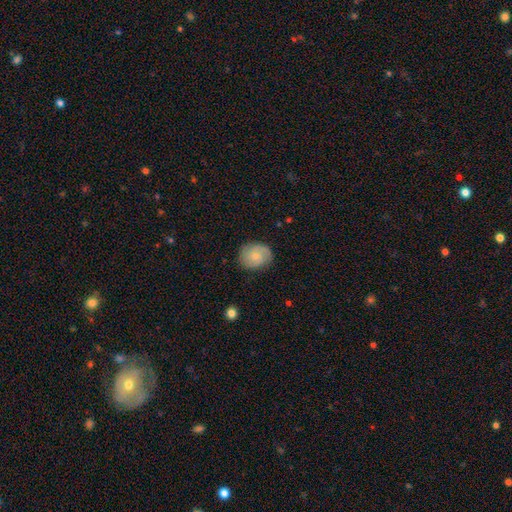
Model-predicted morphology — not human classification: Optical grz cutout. It shows a smooth galaxy with no disk features (49%). Merging: none (77%).